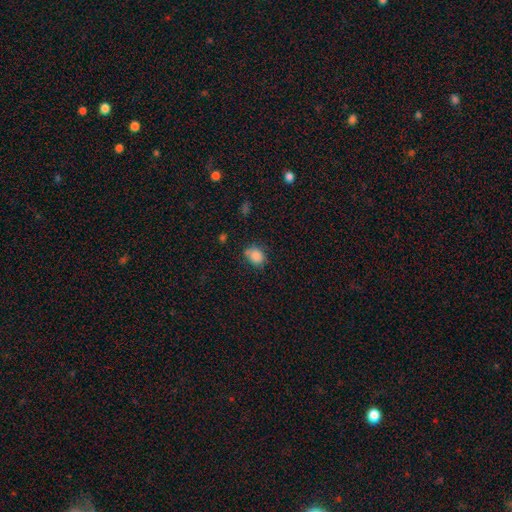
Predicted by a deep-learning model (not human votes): smooth-or-featured: smooth: 85% | star or artifact: 10% | featured or disk: 5%
  how-rounded: round: 53% | in between: 46% | cigar-shaped: 1%
  merging: none: 63% | minor disturbance: 26% | major disturbance: 6% | merger: 5%